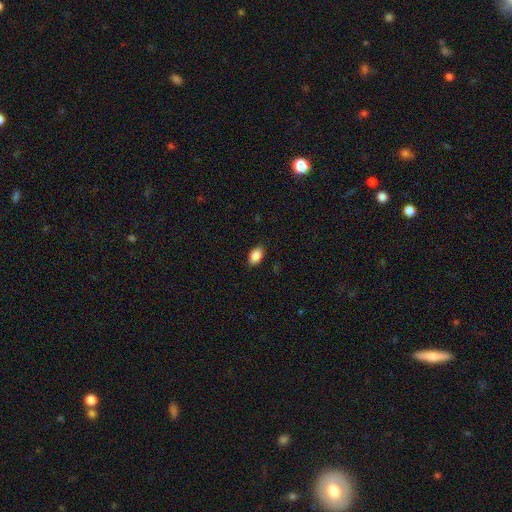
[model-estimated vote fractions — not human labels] Overall: smooth (89%). How rounded: in between (92%). Merging: none (87%).